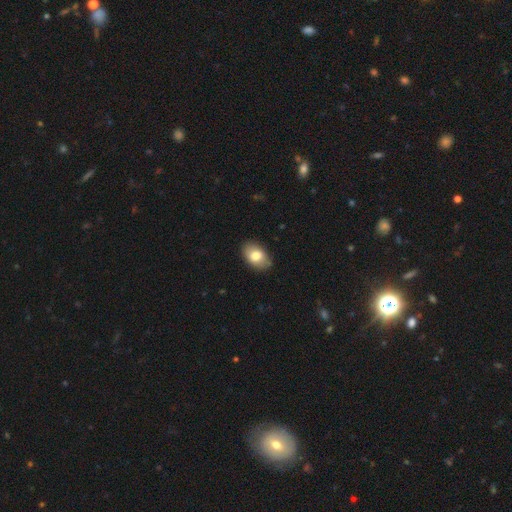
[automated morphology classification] smooth_or_featured: smooth (p=0.80) [alt: featured or disk p=0.13]
how_rounded: in between (p=0.87) [alt: round p=0.11]
merging: none (p=0.84) [alt: minor disturbance p=0.12]